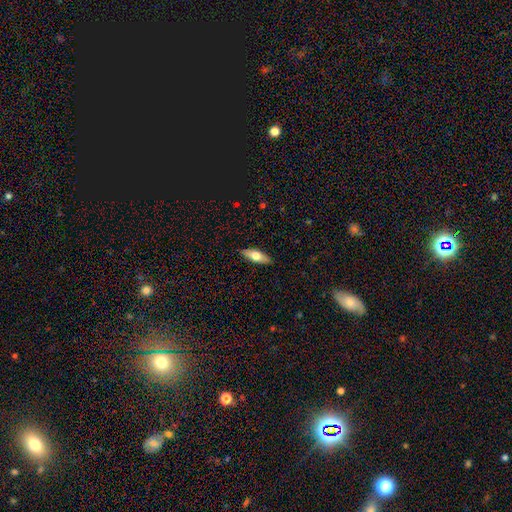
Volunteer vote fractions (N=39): Q: Smooth or featured?
A: featured or disk (54%); runner-up: smooth (38%)
Q: Edge-on disk?
A: yes (86%); runner-up: no (14%)
Q: Edge-on bulge?
A: rounded (100%)
Q: Merging?
A: none (89%); runner-up: minor disturbance (6%)